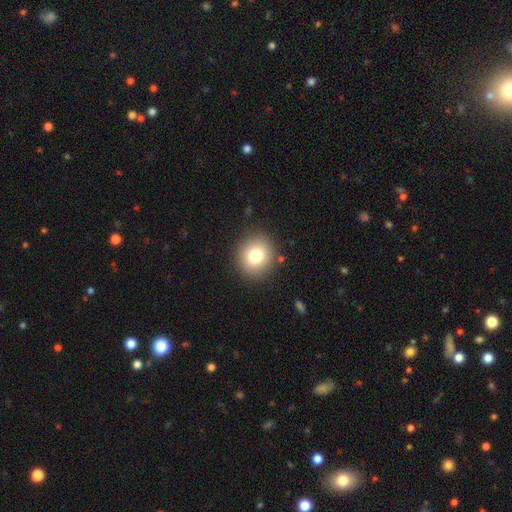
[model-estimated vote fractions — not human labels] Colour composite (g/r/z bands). It shows a smooth galaxy with no disk features (77%) that is round (84%). Merging: none (88%).